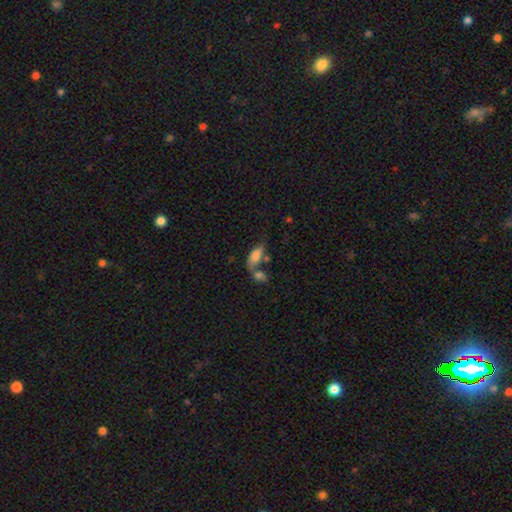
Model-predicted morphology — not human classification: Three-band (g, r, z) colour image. It shows a smooth galaxy with no disk features (78%) that is in between round and cigar-shaped (84%). Merging: merger (42%).